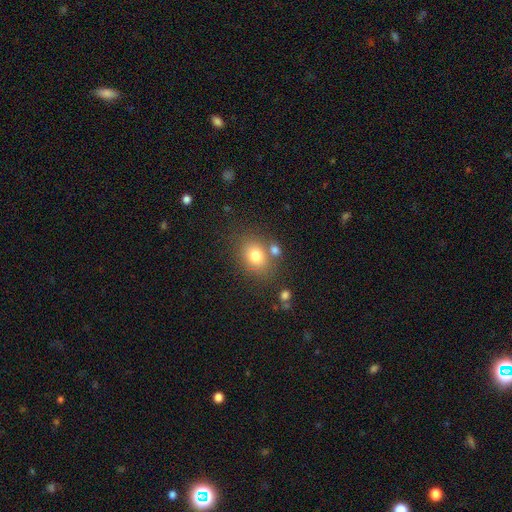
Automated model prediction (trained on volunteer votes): smooth 76%, featured or disk 12%, star or artifact 12%. Down the decision tree: how rounded — in between (57%); merging — none (67%).